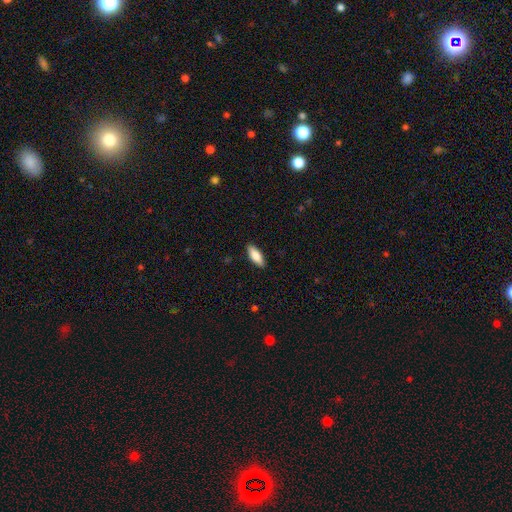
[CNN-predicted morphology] The model was most divided on "how rounded": in between: 70%, cigar-shaped: 28%, round: 2%. More confident: merging — none (89%); smooth or featured — smooth (81%).